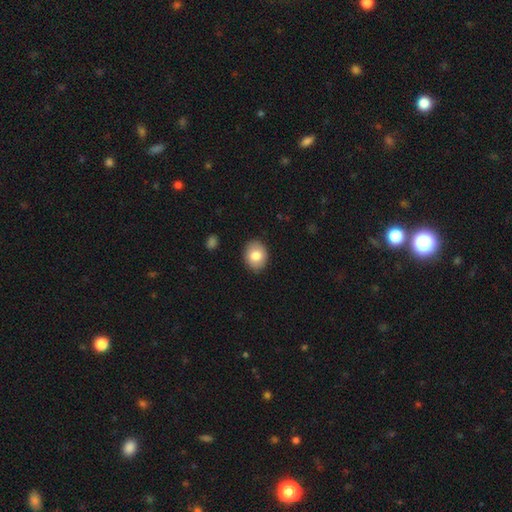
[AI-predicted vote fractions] Smooth or featured?
  - smooth: 81% *
  - featured or disk: 12%
  - star or artifact: 8%
How rounded?
  - in between: 51% *
  - round: 48%
  - cigar-shaped: 1%
Merging?
  - none: 88% *
  - minor disturbance: 9%
  - major disturbance: 2%
  - merger: 1%